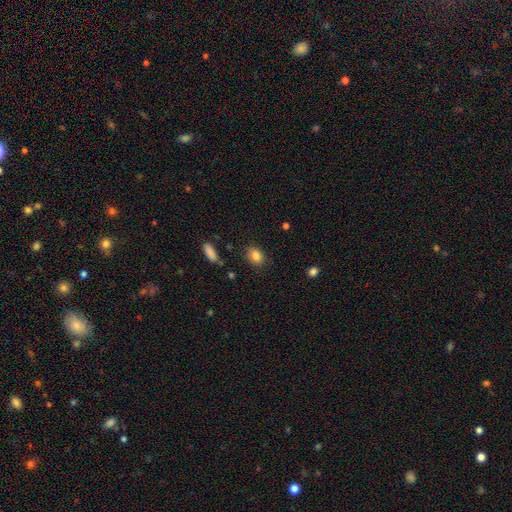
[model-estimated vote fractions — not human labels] Smooth or featured?
  - smooth: 84% *
  - star or artifact: 9%
  - featured or disk: 7%
How rounded?
  - in between: 69% *
  - round: 29%
  - cigar-shaped: 2%
Merging?
  - none: 82% *
  - minor disturbance: 13%
  - major disturbance: 3%
  - merger: 2%